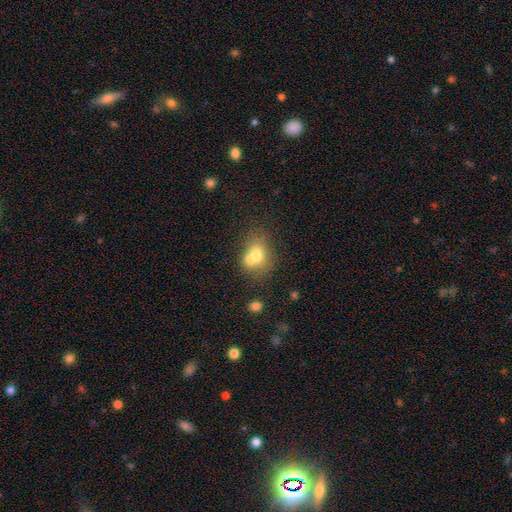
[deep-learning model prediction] Smooth or featured? Predicted: smooth (p=0.68). How rounded? Predicted: round (p=0.50). Merging? Predicted: merger (p=0.48).